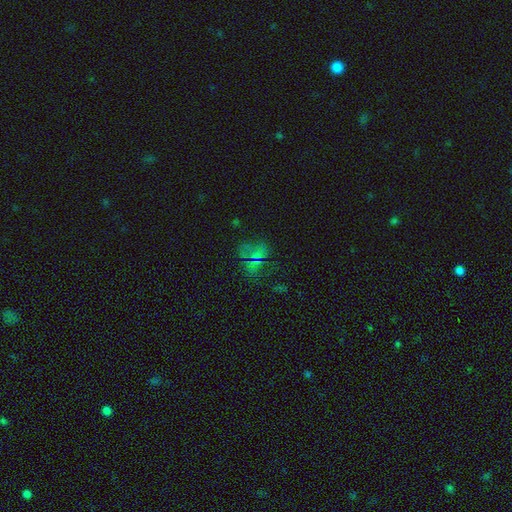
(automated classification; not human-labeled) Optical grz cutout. It shows a star or artifact, not a galaxy (39%).